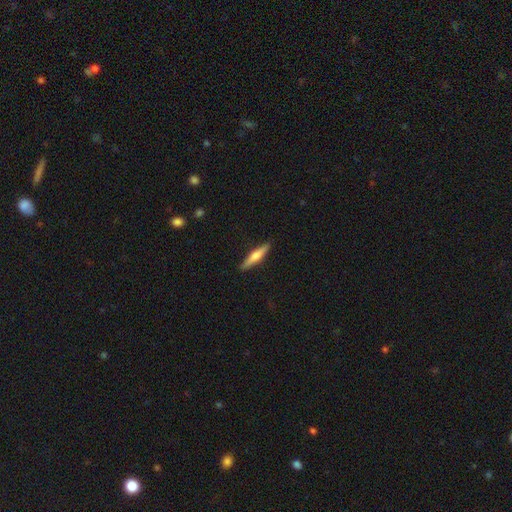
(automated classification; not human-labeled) Q: Smooth or featured?
A: smooth (47%); tied with: featured or disk (47%)
Q: Merging?
A: none (90%); runner-up: minor disturbance (7%)